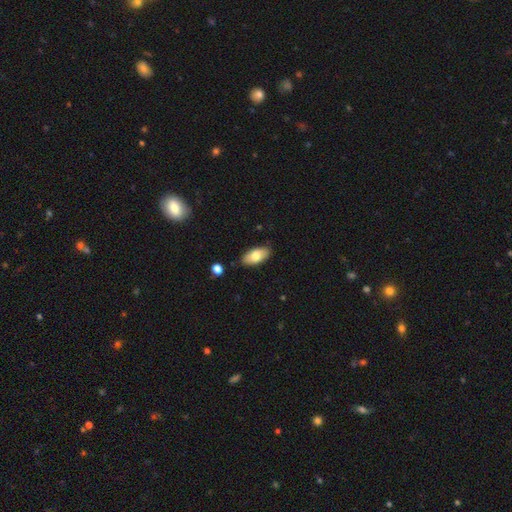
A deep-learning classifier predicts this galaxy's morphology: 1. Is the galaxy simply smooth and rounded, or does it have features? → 78% smooth, 16% featured or disk, 7% star or artifact.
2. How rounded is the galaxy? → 92% in between, 6% cigar-shaped, 2% round.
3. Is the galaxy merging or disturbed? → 84% none, 12% minor disturbance, 2% major disturbance, 2% merger.